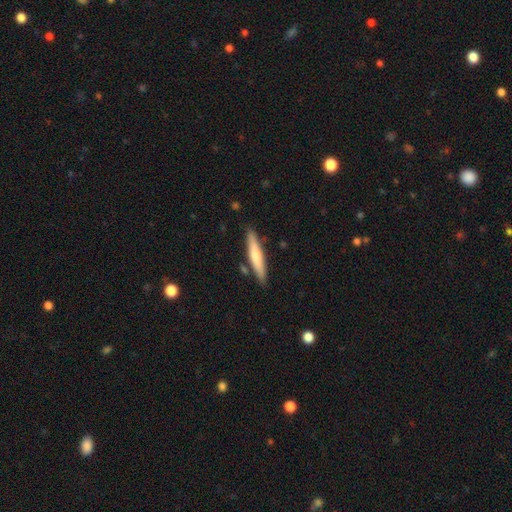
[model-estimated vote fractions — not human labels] smooth 60%, featured or disk 35%, star or artifact 5%. Down the decision tree: how rounded — cigar-shaped (89%); merging — none (84%).